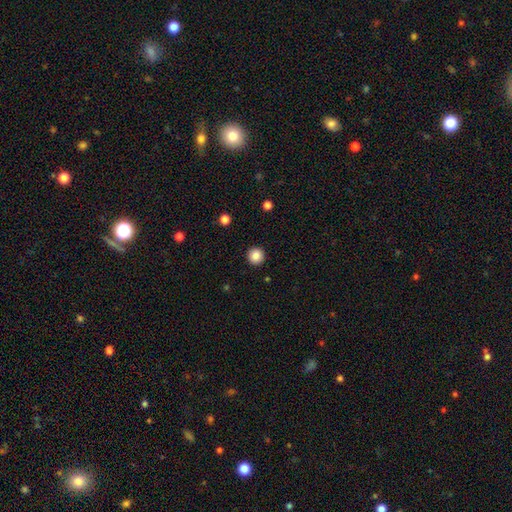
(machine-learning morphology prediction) This is clearly a smooth galaxy (86%). How rounded: clearly round (95%). Merging: clearly none (93%).